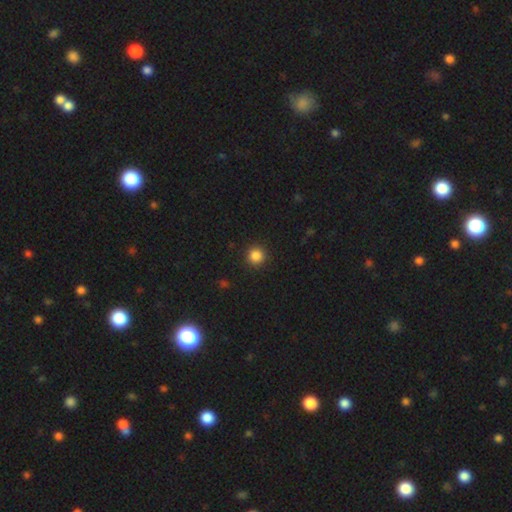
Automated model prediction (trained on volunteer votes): smooth_or_featured: smooth (p=0.85) [alt: star or artifact p=0.12]
how_rounded: round (p=0.95) [alt: in between p=0.04]
merging: none (p=0.92) [alt: minor disturbance p=0.05]